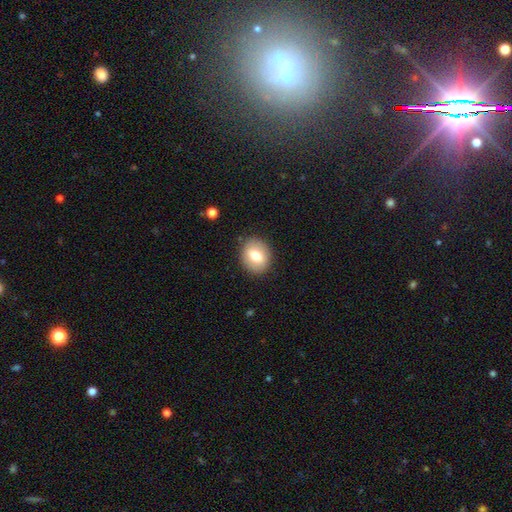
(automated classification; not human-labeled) Smooth or featured? smooth (72%)
How rounded? round (59%)
Merging? none (87%)